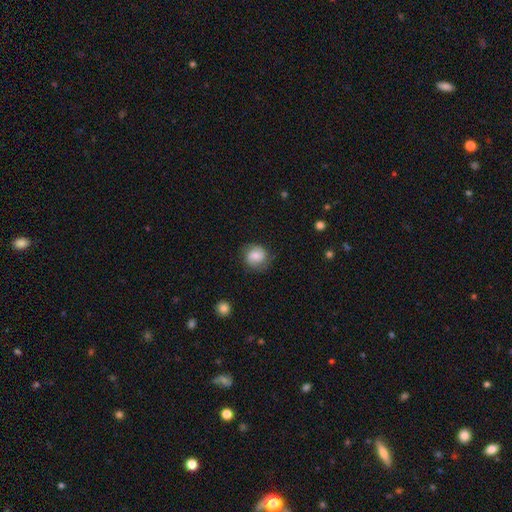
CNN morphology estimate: A smooth galaxy with no disk features (54%) that is round (82%). Merging: none (76%).